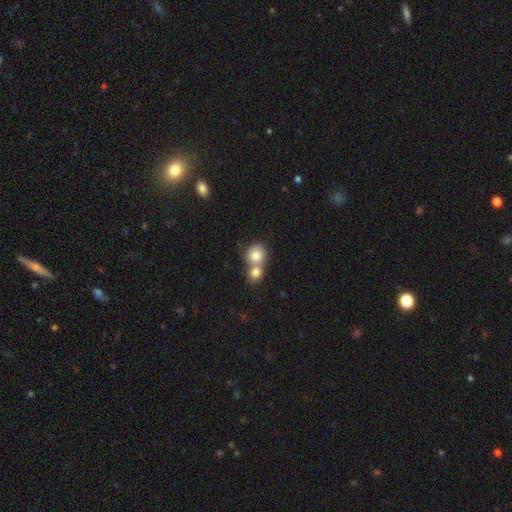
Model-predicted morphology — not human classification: type=smooth (81%); roundness=round (83%); merging=merger (60%).